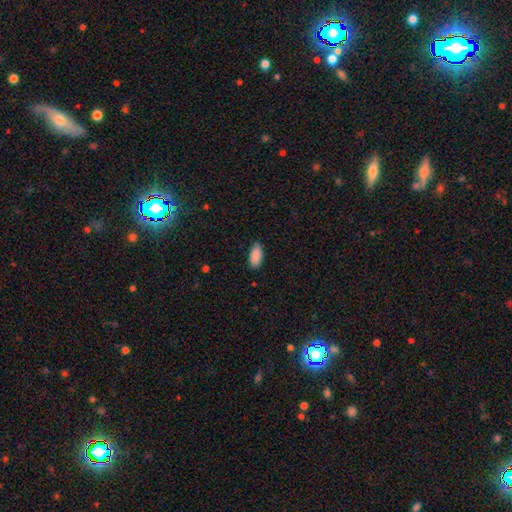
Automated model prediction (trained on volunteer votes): This is clearly a smooth galaxy (90%). How rounded: clearly in between (91%). Merging: clearly none (86%).